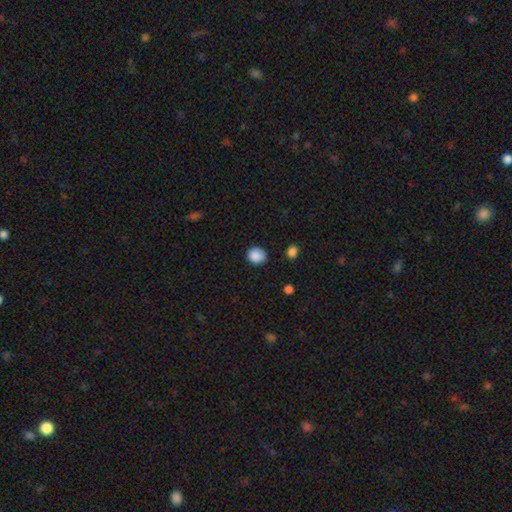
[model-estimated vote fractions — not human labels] This appears to be a smooth galaxy with no disk features (88%) that is round (77%). Merging: none (81%).